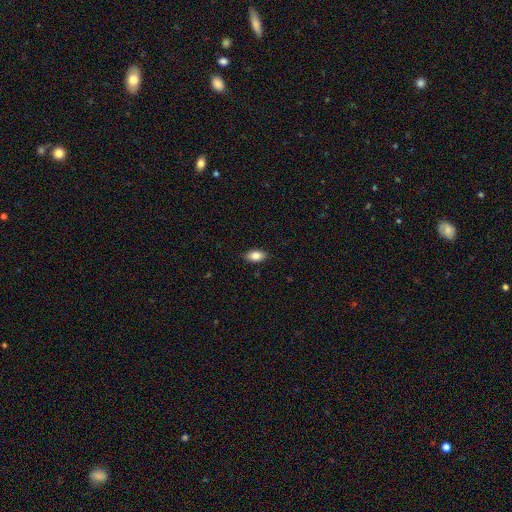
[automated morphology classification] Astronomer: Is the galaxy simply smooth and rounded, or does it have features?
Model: smooth — 85%.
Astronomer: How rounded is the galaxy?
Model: in between — 92%.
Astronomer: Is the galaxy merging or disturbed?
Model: none — 88%.